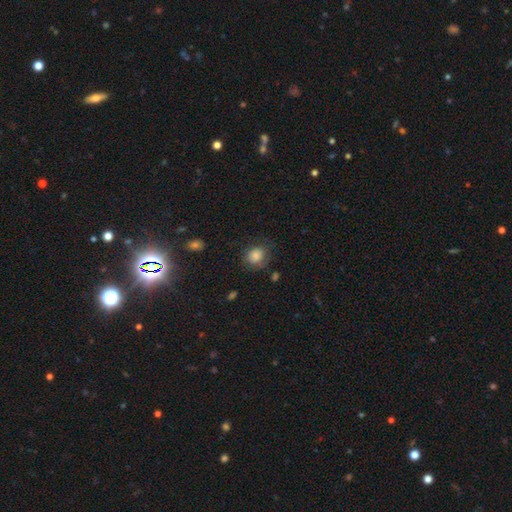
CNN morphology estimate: smooth_or_featured: smooth (p=0.80) [alt: featured or disk p=0.10]
how_rounded: round (p=0.64) [alt: in between p=0.35]
merging: none (p=0.64) [alt: minor disturbance p=0.23]